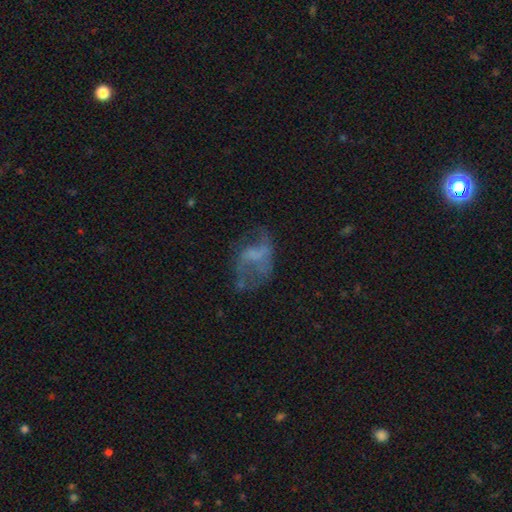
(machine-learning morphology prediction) Overall: featured or disk (59%; smooth 28%). Edge-on disk: no (97%). Bar: no (60%; weak 31%). Spiral arms: yes (51%; no 49%). Bulge size: none (64%). Merging: none (38%; major disturbance 37%).